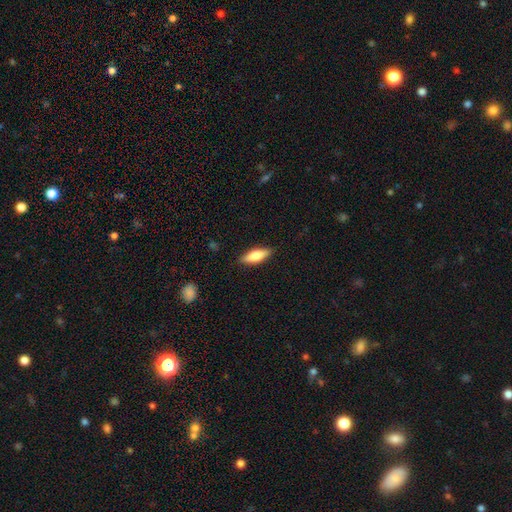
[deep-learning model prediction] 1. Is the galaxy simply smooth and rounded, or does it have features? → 67% smooth, 27% featured or disk, 6% star or artifact.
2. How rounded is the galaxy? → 55% in between, 43% cigar-shaped, 2% round.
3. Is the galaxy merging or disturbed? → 87% none, 10% minor disturbance, 2% major disturbance, 1% merger.